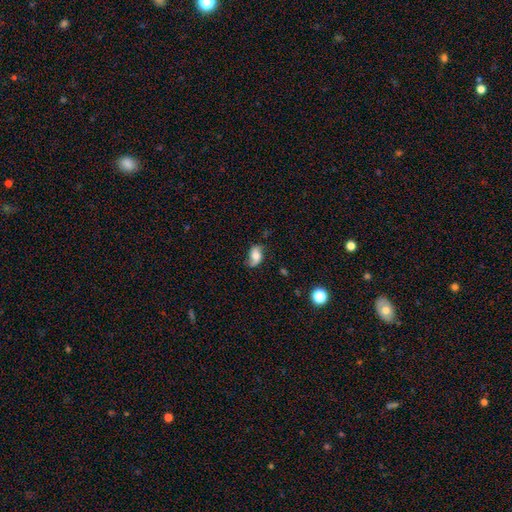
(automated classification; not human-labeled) This appears to be a smooth galaxy with no disk features (48%). Merging: none (64%).